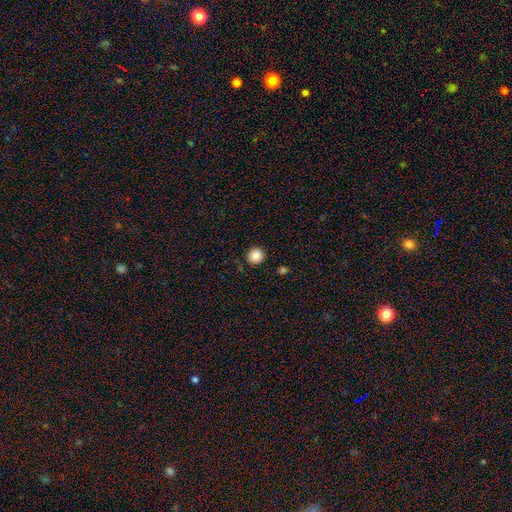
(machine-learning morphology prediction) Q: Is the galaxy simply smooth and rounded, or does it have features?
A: smooth — 87%.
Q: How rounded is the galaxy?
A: round — 95%.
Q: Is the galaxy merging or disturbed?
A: none — 91%.